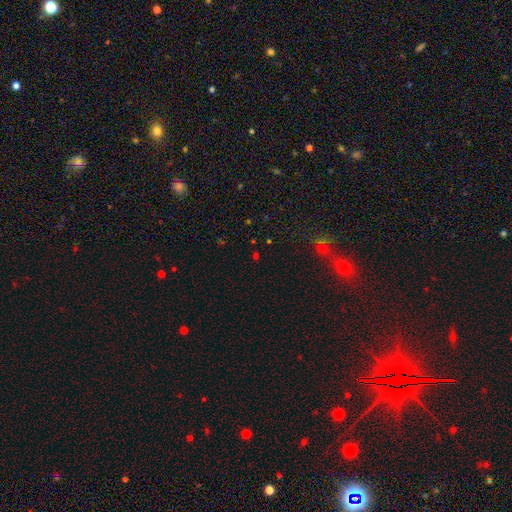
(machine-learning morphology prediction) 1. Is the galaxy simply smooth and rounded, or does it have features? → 58% star or artifact, 35% smooth, 8% featured or disk.